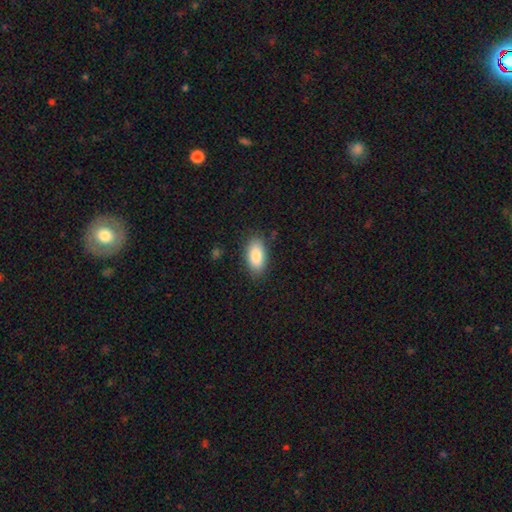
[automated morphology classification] Smooth or featured: smooth — 85% (featured or disk — 8%)
How rounded: in between — 92% (cigar-shaped — 5%)
Merging: none — 84% (minor disturbance — 12%)